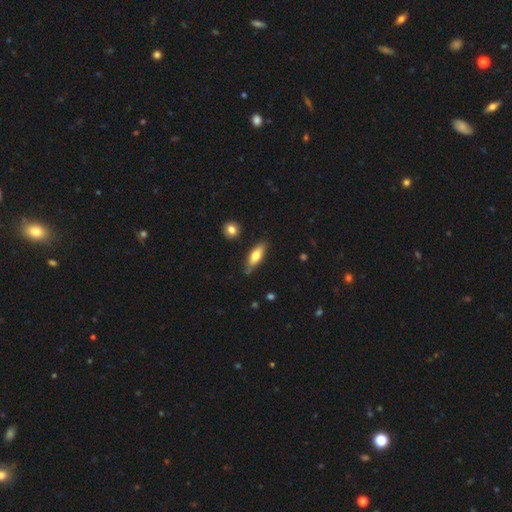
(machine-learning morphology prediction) smooth-or-featured: smooth: 69% | featured or disk: 25% | star or artifact: 6%
  how-rounded: in between: 61% | cigar-shaped: 37% | round: 2%
  merging: none: 75% | minor disturbance: 18% | merger: 4% | major disturbance: 3%